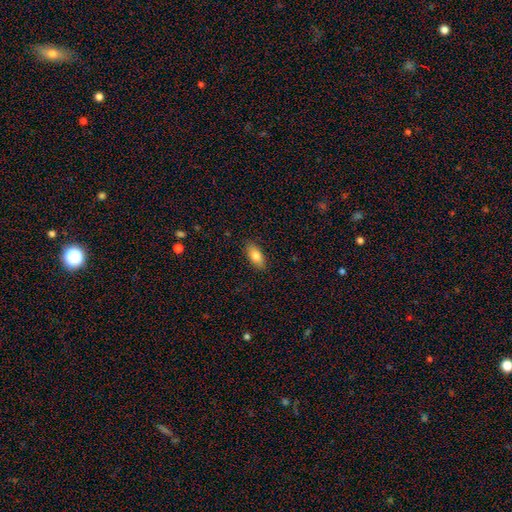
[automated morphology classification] smooth 82%, featured or disk 11%, star or artifact 7%. Down the decision tree: how rounded — in between (87%); merging — none (87%).